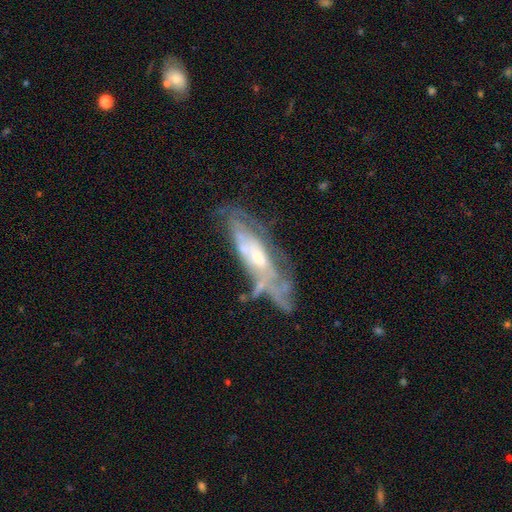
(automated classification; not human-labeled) This appears to be a featured or disk galaxy (73%) with no bar (68%), spiral arms (61%) and a moderate central bulge (46%). Merging: none (42%).